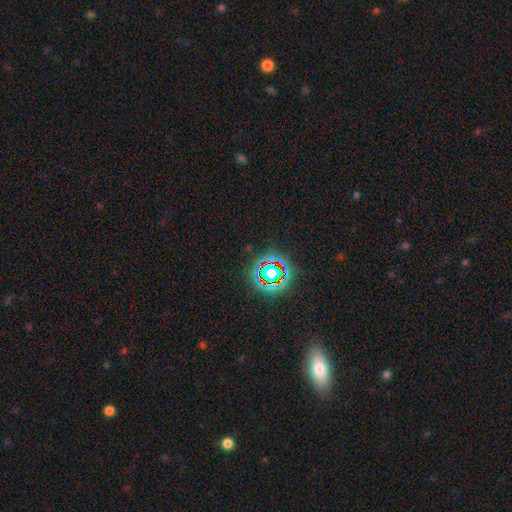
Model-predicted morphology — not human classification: smooth_or_featured: star or artifact (p=0.62) [alt: smooth p=0.24]